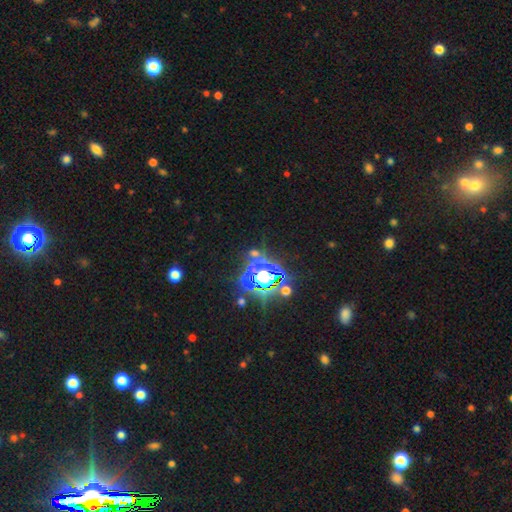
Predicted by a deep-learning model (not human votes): Overall: star or artifact (71%).